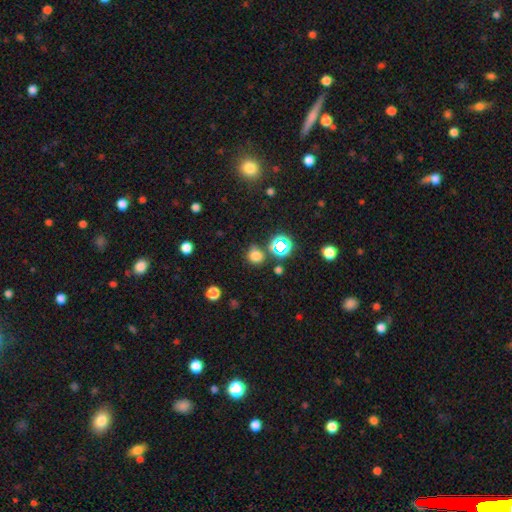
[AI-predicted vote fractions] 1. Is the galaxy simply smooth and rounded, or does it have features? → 70% smooth, 24% star or artifact, 5% featured or disk.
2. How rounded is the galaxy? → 88% round, 11% in between, 1% cigar-shaped.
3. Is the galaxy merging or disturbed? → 77% none, 12% minor disturbance, 7% merger, 5% major disturbance.